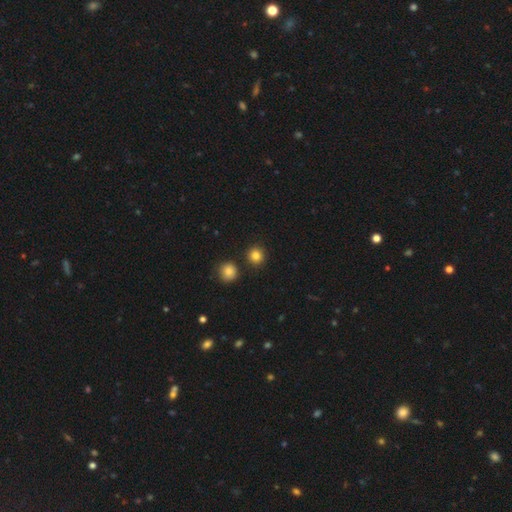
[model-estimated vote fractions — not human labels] This appears to be a smooth galaxy with no disk features (83%) that is round (92%). Merging: none (87%).